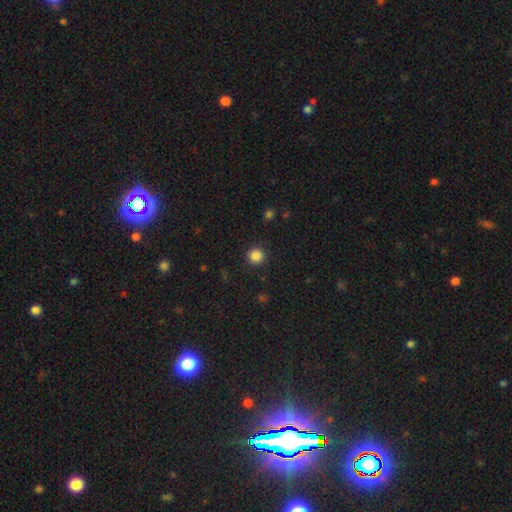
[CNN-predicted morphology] Smooth or featured?
  - smooth: 85% *
  - star or artifact: 11%
  - featured or disk: 3%
How rounded?
  - round: 95% *
  - in between: 4%
  - cigar-shaped: 1%
Merging?
  - none: 91% *
  - minor disturbance: 6%
  - major disturbance: 2%
  - merger: 1%